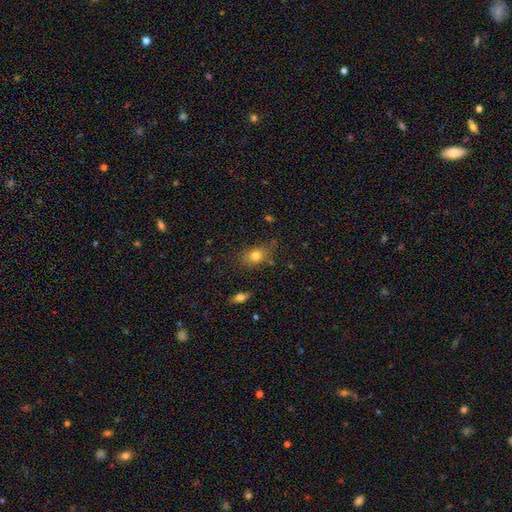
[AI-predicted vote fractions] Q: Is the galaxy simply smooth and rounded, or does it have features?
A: smooth — 76%.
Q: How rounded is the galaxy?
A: in between — 64%.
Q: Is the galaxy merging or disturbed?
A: none — 73%.